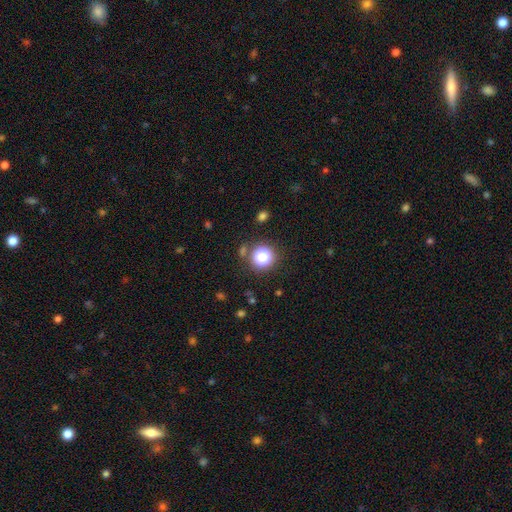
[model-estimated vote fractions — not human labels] Q: Smooth or featured?
A: smooth (69%); runner-up: star or artifact (25%)
Q: How rounded?
A: round (92%); runner-up: in between (7%)
Q: Merging?
A: none (83%); runner-up: minor disturbance (7%)